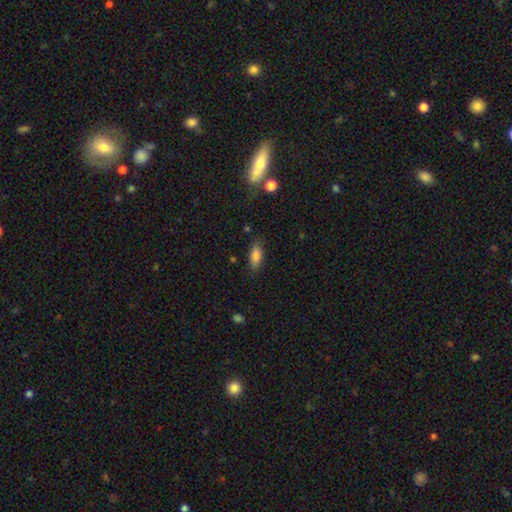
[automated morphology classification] This appears to be a smooth galaxy with no disk features (81%) that is in between round and cigar-shaped (77%). Merging: none (80%).